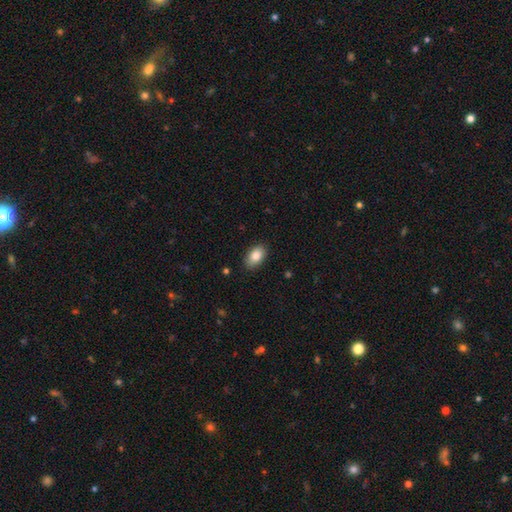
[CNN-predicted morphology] smooth-or-featured: smooth: 85% | featured or disk: 8% | star or artifact: 7%
  how-rounded: in between: 91% | round: 7% | cigar-shaped: 1%
  merging: none: 87% | minor disturbance: 10% | major disturbance: 2% | merger: 1%